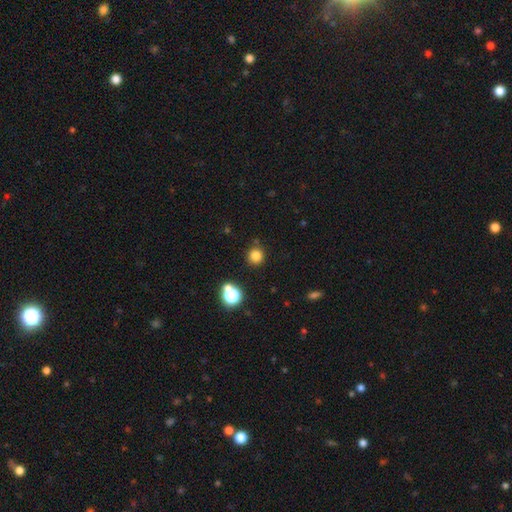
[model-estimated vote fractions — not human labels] Morphology: type=smooth (80%); roundness=round (93%); merging=none (85%).